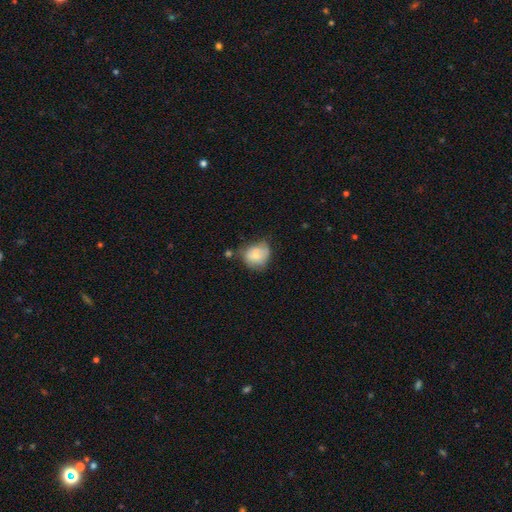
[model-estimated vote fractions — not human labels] Overall: smooth (69%). How rounded: round (67%; in between 32%). Merging: none (43%; minor disturbance 34%).